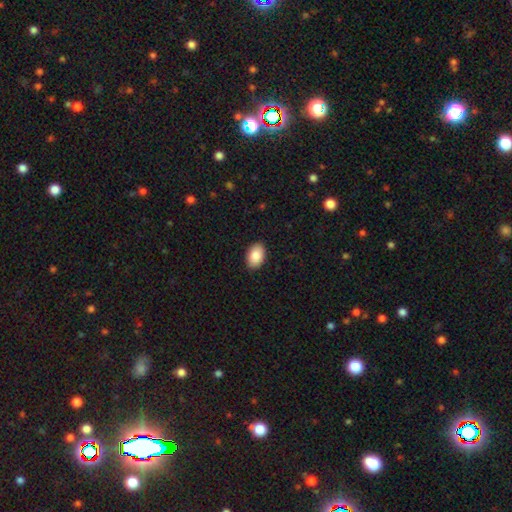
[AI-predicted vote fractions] Smooth or featured? smooth (88%)
How rounded? in between (90%)
Merging? none (90%)